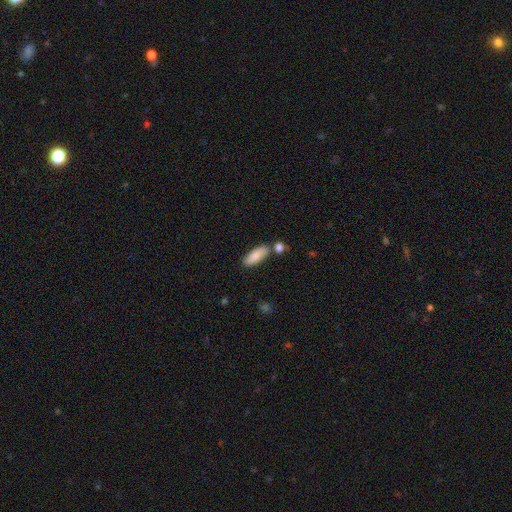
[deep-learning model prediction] This is clearly a smooth galaxy (83%). How rounded: likely in between (72%). Merging: likely none (72%).